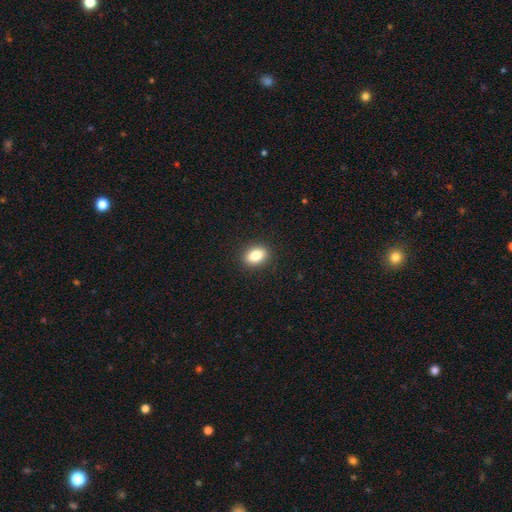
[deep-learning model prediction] Overall: smooth (84%). How rounded: in between (78%). Merging: none (90%).